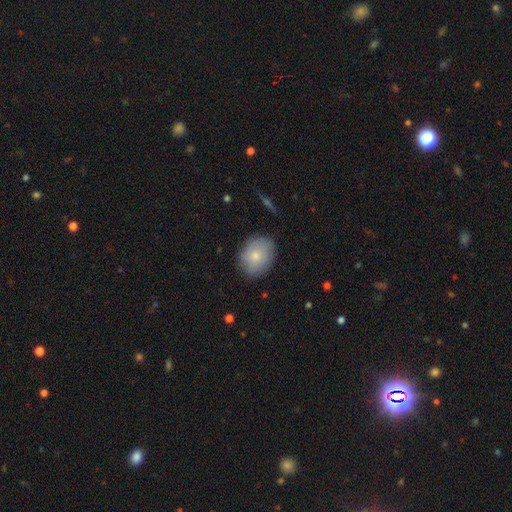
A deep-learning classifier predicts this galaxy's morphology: smooth_or_featured: smooth (p=0.76) [alt: featured or disk p=0.17]
how_rounded: in between (p=0.55) [alt: round p=0.44]
merging: none (p=0.82) [alt: minor disturbance p=0.13]